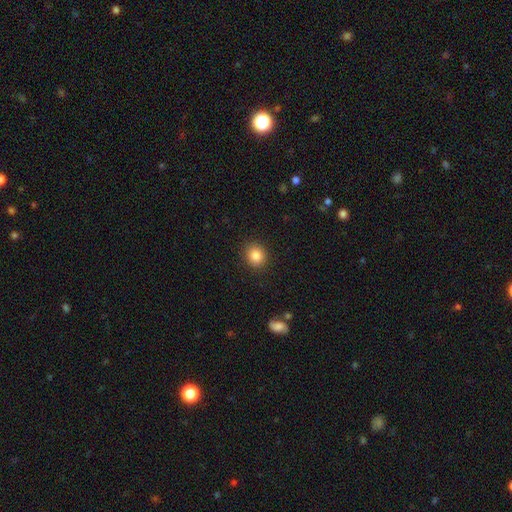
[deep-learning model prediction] This is clearly a smooth galaxy (85%). How rounded: likely round (80%). Merging: clearly none (90%).